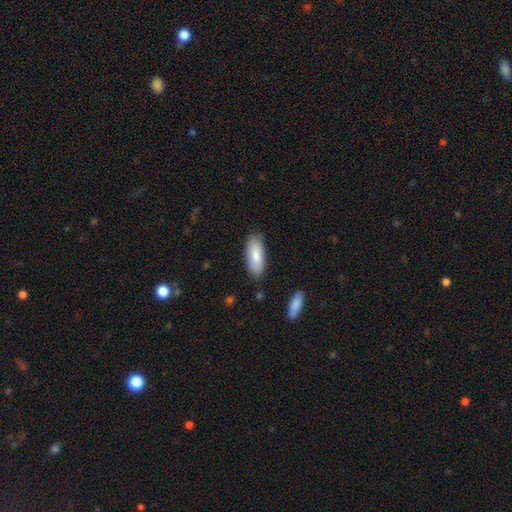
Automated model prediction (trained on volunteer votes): The model was most divided on "how rounded": in between: 79%, cigar-shaped: 19%, round: 2%. More confident: smooth or featured — smooth (84%); merging — none (83%).